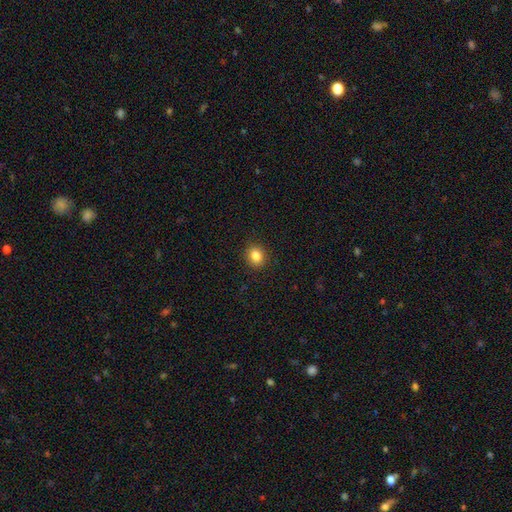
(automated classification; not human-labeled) Q: Smooth or featured?
A: smooth (84%); runner-up: star or artifact (10%)
Q: How rounded?
A: round (60%); runner-up: in between (39%)
Q: Merging?
A: none (90%); runner-up: minor disturbance (7%)